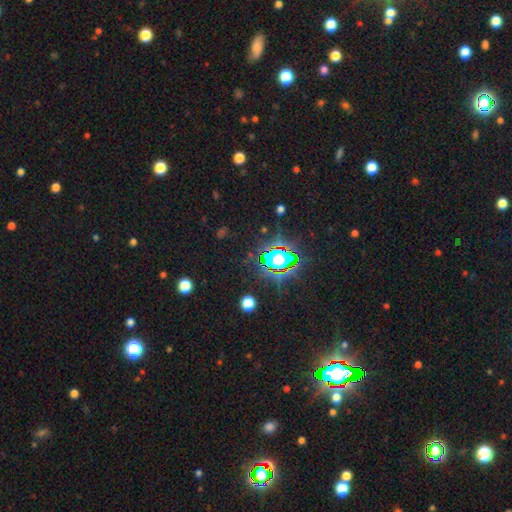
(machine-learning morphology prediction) The model was most divided on "smooth or featured": star or artifact: 83%, smooth: 10%, featured or disk: 7%.